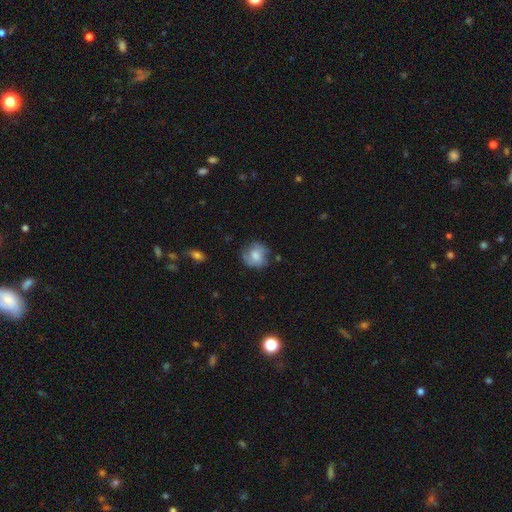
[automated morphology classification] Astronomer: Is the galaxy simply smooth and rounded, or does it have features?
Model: smooth — 63%.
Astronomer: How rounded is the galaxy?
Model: round — 80%.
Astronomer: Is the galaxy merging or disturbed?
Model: none — 67%.